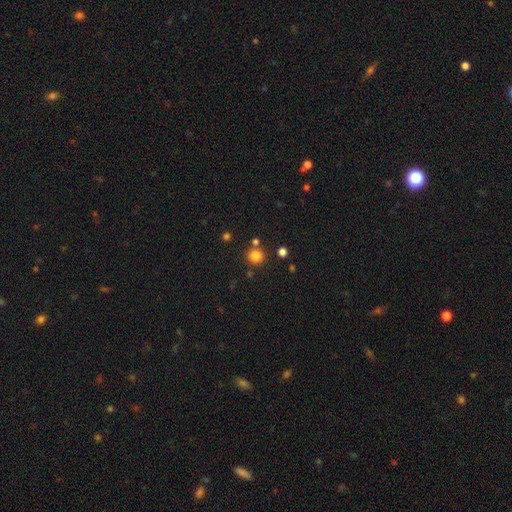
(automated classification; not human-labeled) Smooth or featured: smooth — 82% (star or artifact — 14%)
How rounded: round — 90% (in between — 9%)
Merging: none — 80% (merger — 9%)